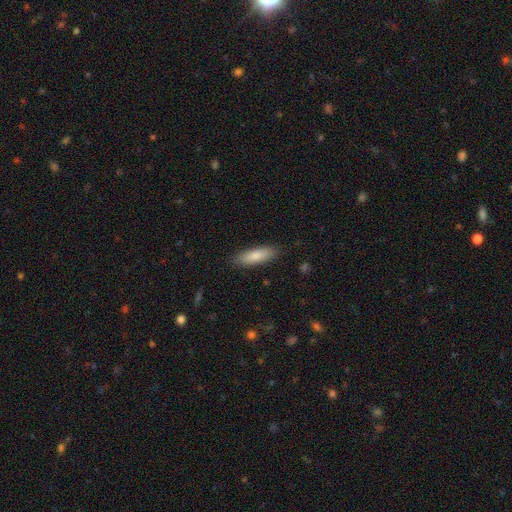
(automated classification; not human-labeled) Morphology: type=smooth (82%); roundness=cigar-shaped (52%); merging=none (87%).